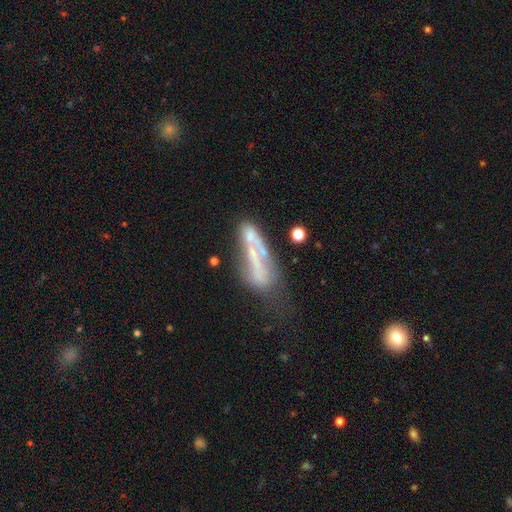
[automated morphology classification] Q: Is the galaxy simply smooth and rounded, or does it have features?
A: featured or disk — 57%.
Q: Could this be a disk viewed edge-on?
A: no — 72%.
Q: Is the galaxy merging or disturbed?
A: none — 30%.